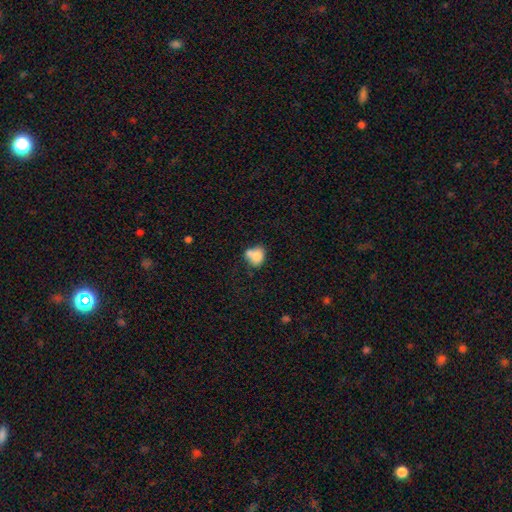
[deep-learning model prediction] This is likely a smooth galaxy (78%). How rounded: possibly round (53%). Merging: marginally merger (41%).